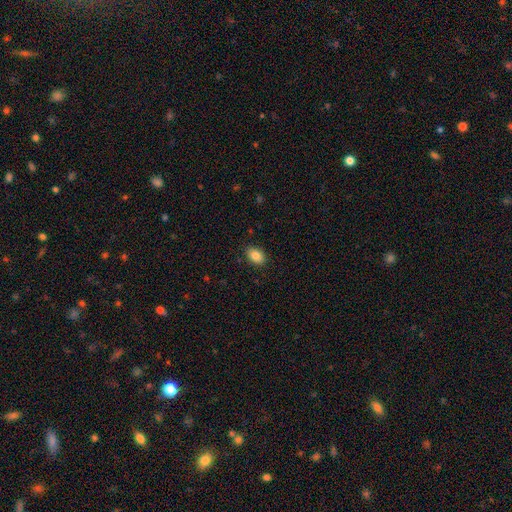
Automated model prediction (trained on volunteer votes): Morphology: type=smooth (85%); roundness=in between (82%); merging=none (88%).